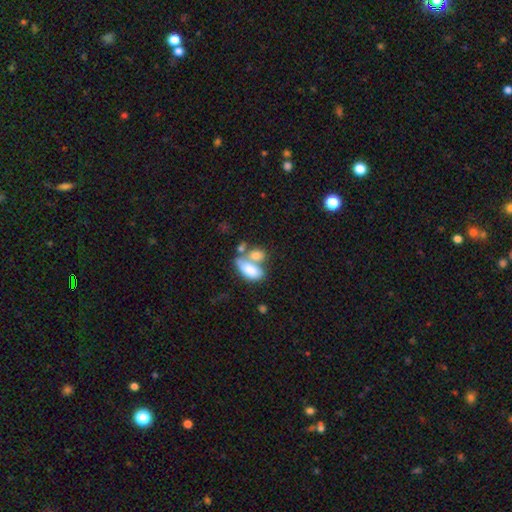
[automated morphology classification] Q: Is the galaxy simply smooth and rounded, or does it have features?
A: smooth — 75%.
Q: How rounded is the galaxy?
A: in between — 89%.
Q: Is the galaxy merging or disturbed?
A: merger — 58%.